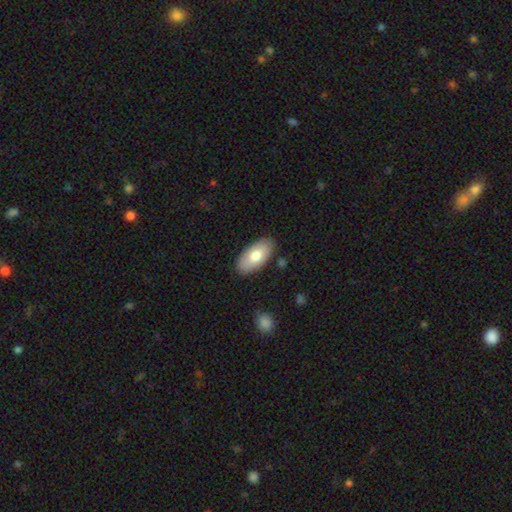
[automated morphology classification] A smooth galaxy with no disk features (73%) that is in between round and cigar-shaped (94%).

Vote fractions:
- Smooth or featured? smooth: 73% / featured or disk: 21% / star or artifact: 5%
- How rounded? in between: 94% / cigar-shaped: 4% / round: 2%
- Merging? none: 85% / minor disturbance: 11% / major disturbance: 2% / merger: 2%